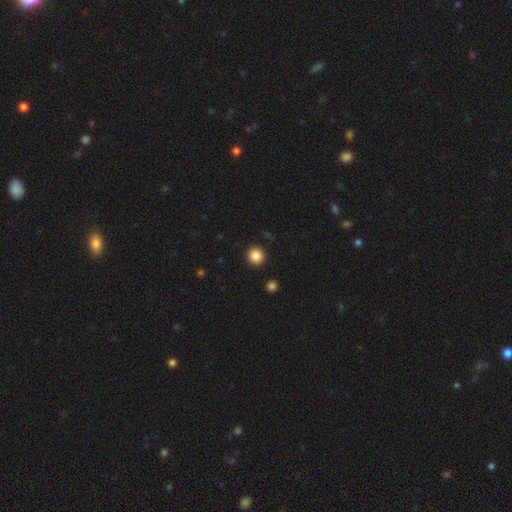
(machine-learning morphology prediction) Smooth or featured? Predicted: smooth (p=0.87). How rounded? Predicted: round (p=0.93). Merging? Predicted: none (p=0.92).